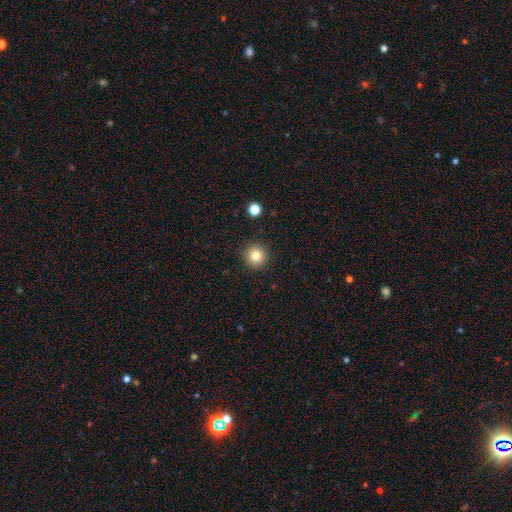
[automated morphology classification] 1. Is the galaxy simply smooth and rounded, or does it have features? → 82% smooth, 11% star or artifact, 7% featured or disk.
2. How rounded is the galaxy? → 95% round, 4% in between, 1% cigar-shaped.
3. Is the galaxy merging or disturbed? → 91% none, 6% minor disturbance, 2% major disturbance, 1% merger.